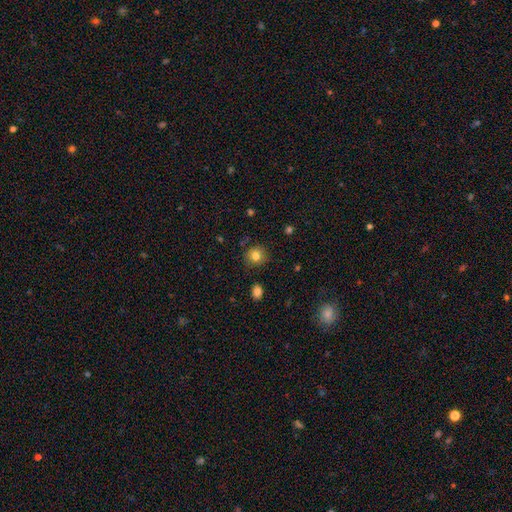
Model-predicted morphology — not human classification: Overall: smooth (81%). How rounded: round (88%). Merging: none (86%).